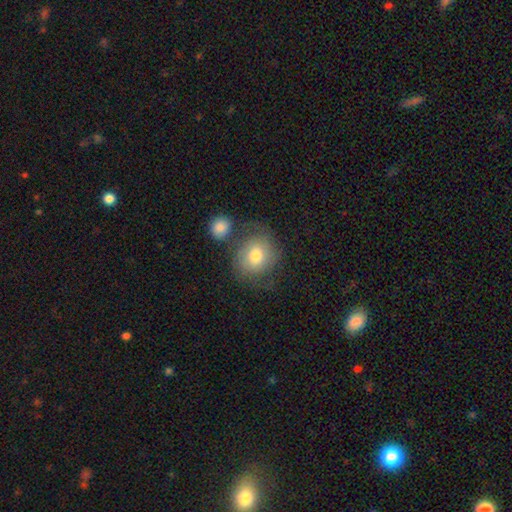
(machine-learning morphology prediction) This appears to be a smooth galaxy with no disk features (69%) that is round (72%). Merging: none (58%).